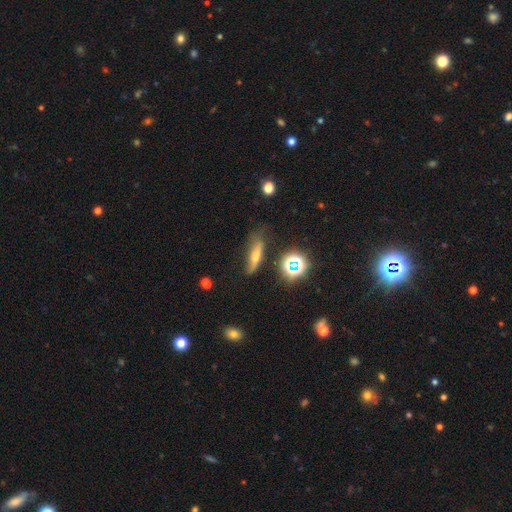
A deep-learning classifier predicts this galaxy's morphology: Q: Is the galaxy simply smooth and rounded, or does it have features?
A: smooth — 62%.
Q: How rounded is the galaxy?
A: cigar-shaped — 64%.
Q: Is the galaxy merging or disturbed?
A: none — 62%.